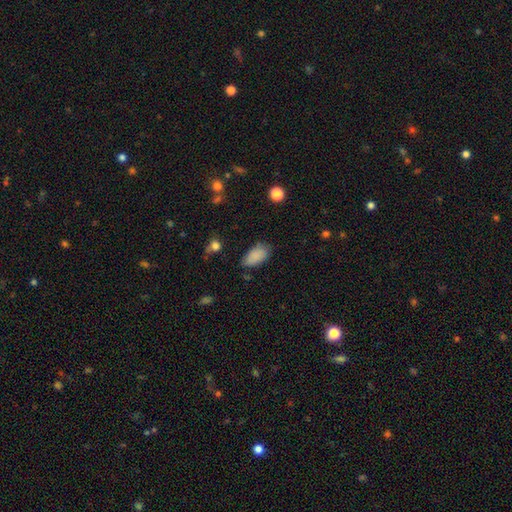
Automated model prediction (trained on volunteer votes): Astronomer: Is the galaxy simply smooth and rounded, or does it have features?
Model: smooth — 87%.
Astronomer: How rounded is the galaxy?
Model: in between — 93%.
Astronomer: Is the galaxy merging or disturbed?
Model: none — 72%.